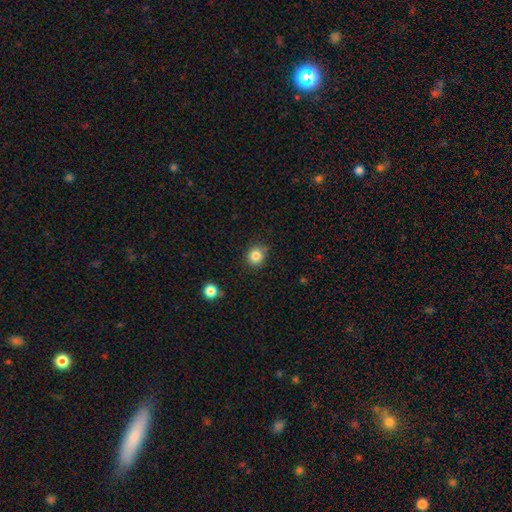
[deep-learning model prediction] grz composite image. It shows a smooth galaxy with no disk features (84%) that is round (85%). Merging: none (80%).